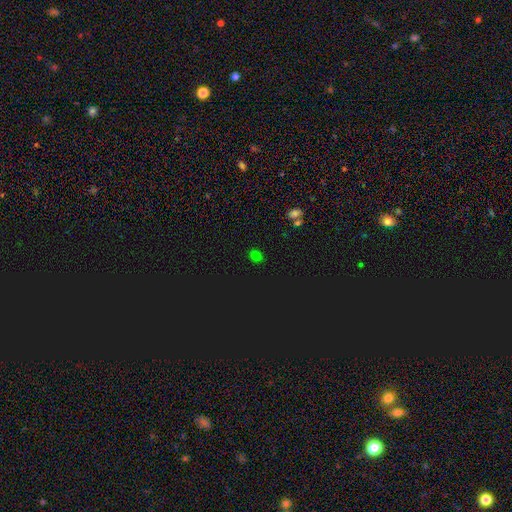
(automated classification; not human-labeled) Q: Smooth or featured?
A: smooth (66%); runner-up: star or artifact (29%)
Q: How rounded?
A: round (67%); runner-up: in between (32%)
Q: Merging?
A: none (88%); runner-up: minor disturbance (8%)